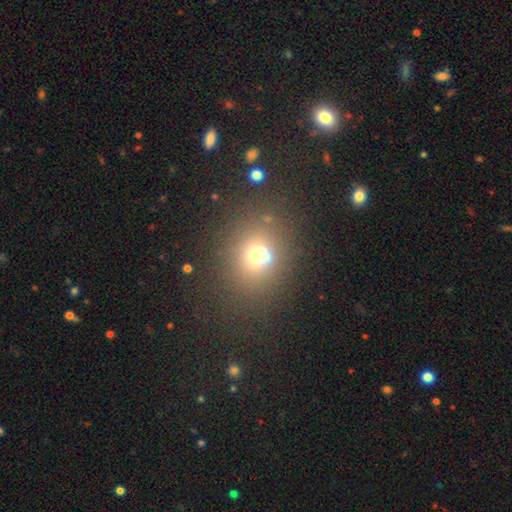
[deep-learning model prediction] smooth-or-featured: smooth: 61% | star or artifact: 22% | featured or disk: 16%
  how-rounded: round: 72% | in between: 27% | cigar-shaped: 1%
  merging: none: 58% | merger: 28% | minor disturbance: 9% | major disturbance: 5%